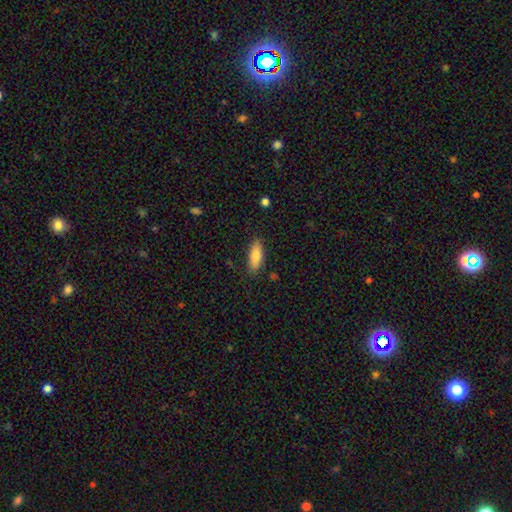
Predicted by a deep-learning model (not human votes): Q: Smooth or featured?
A: smooth (81%); runner-up: featured or disk (12%)
Q: How rounded?
A: in between (67%); runner-up: cigar-shaped (31%)
Q: Merging?
A: none (84%); runner-up: minor disturbance (12%)